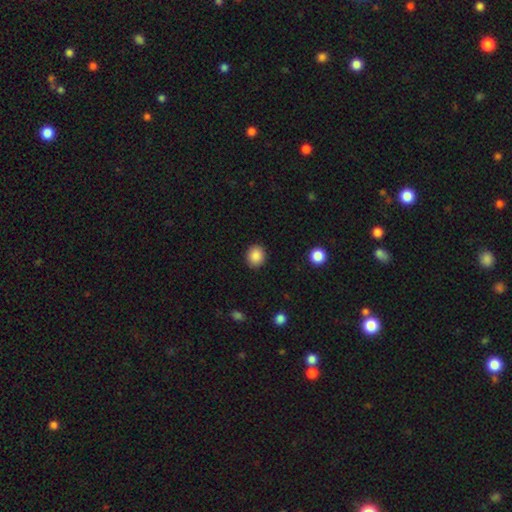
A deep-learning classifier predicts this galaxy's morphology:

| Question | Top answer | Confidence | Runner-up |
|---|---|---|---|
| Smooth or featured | smooth | 88% | star or artifact (9%) |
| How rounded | round | 75% | in between (24%) |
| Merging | none | 90% | minor disturbance (7%) |